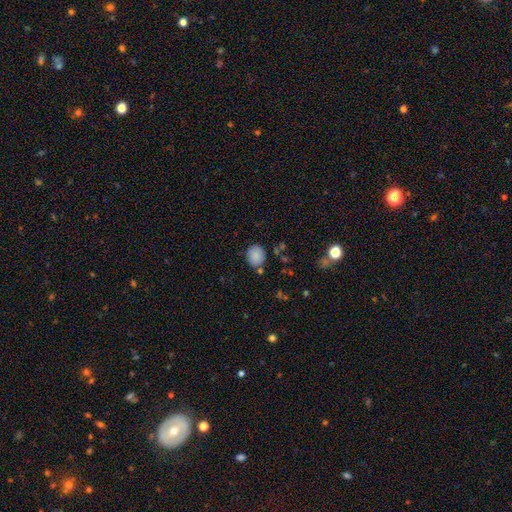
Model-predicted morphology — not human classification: Smooth or featured? Predicted: smooth (p=0.86). How rounded? Predicted: round (p=0.61). Merging? Predicted: none (p=0.79).